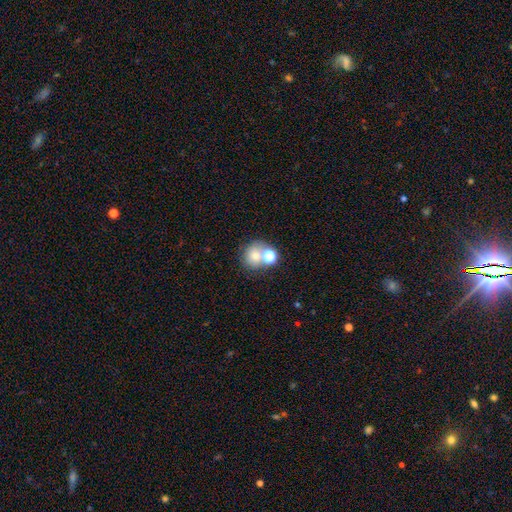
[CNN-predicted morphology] Q: Smooth or featured?
A: smooth (69%); runner-up: star or artifact (16%)
Q: How rounded?
A: round (80%); runner-up: in between (19%)
Q: Merging?
A: none (46%); runner-up: merger (40%)